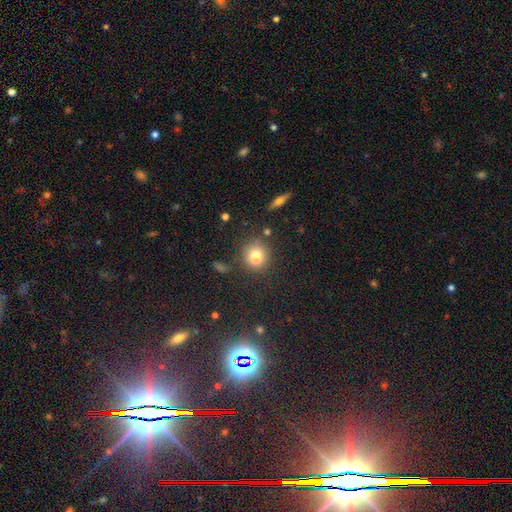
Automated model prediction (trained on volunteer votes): Smooth or featured? Predicted: smooth (p=0.77). How rounded? Predicted: round (p=0.77). Merging? Predicted: none (p=0.72).